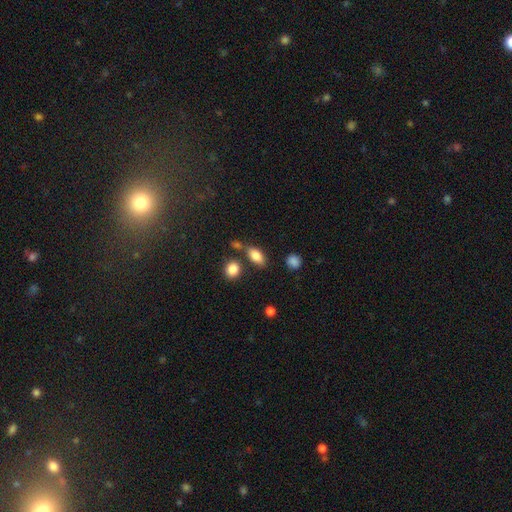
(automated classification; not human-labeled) smooth_or_featured: smooth (p=0.82) [alt: featured or disk p=0.10]
how_rounded: in between (p=0.85) [alt: round p=0.08]
merging: none (p=0.67) [alt: minor disturbance p=0.14]